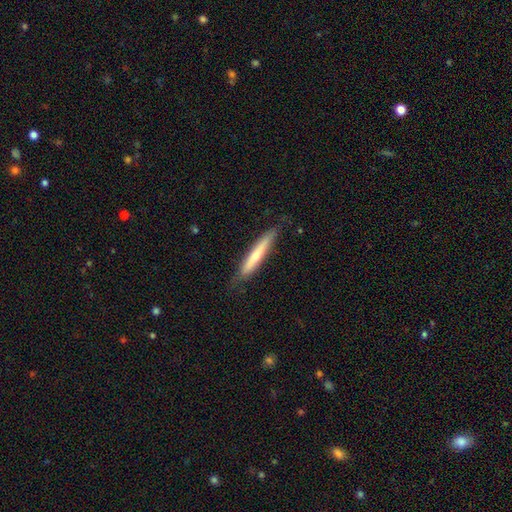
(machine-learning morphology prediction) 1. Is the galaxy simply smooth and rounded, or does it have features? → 53% smooth, 41% featured or disk, 6% star or artifact.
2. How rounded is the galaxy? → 93% cigar-shaped, 6% in between, 1% round.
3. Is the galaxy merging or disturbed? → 81% none, 15% minor disturbance, 3% major disturbance, 1% merger.